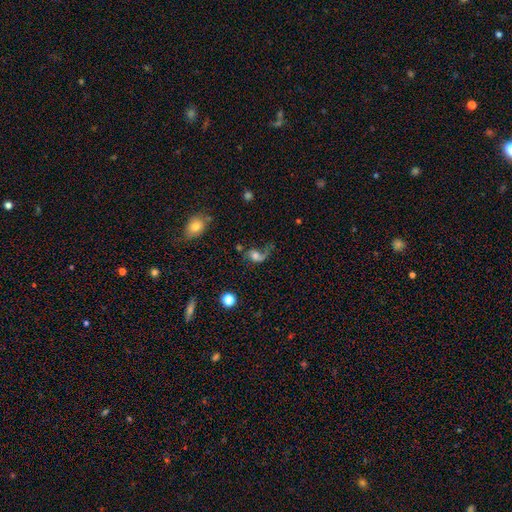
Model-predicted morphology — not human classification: The model was most divided on "smooth or featured": featured or disk: 49%, smooth: 38%, star or artifact: 13%. Remaining: merging — major disturbance (43%).